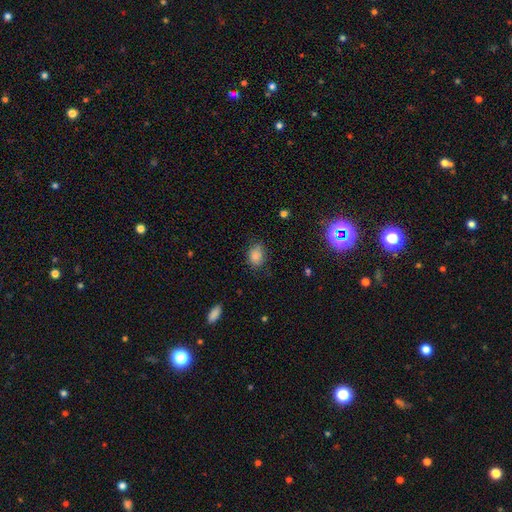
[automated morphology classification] A smooth galaxy with no disk features (83%) that is in between round and cigar-shaped (58%). Merging: none (72%).